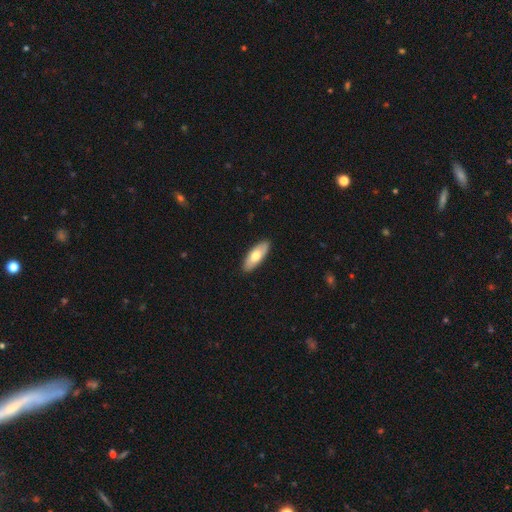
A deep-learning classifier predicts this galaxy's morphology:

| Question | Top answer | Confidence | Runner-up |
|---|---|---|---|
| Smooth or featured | smooth | 68% | featured or disk (27%) |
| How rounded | in between | 76% | cigar-shaped (22%) |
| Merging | none | 89% | minor disturbance (8%) |